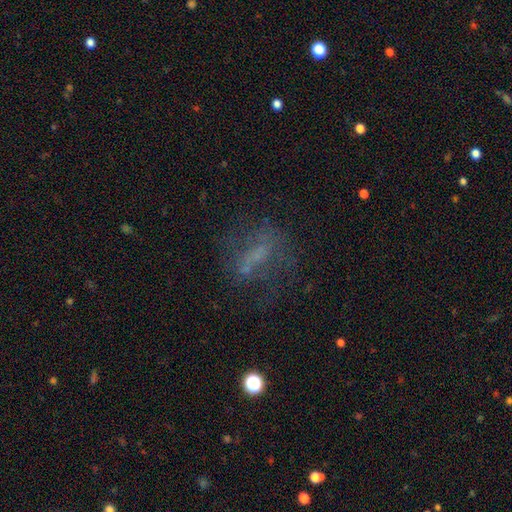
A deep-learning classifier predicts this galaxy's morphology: This appears to be a featured or disk galaxy (39%). Merging: none (56%).